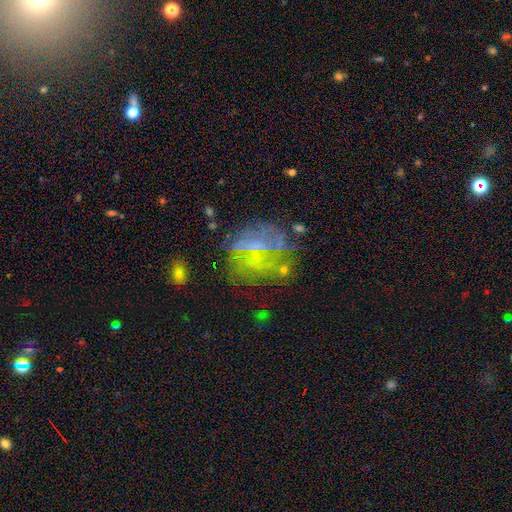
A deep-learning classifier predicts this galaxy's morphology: featured or disk 57%, smooth 24%, star or artifact 20%. Down the decision tree: edge-on disk — no (96%); bar — no (45%); spiral arms — no (58%); bulge size — none (40%); merging — none (53%).